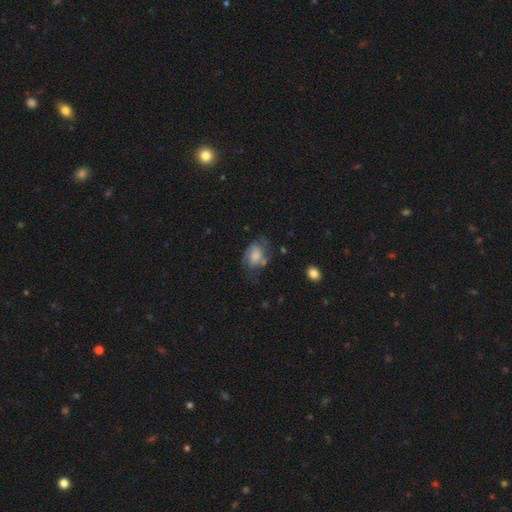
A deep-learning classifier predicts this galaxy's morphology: Smooth or featured: smooth — 46% (featured or disk — 45%)
Merging: none — 47% (minor disturbance — 28%)